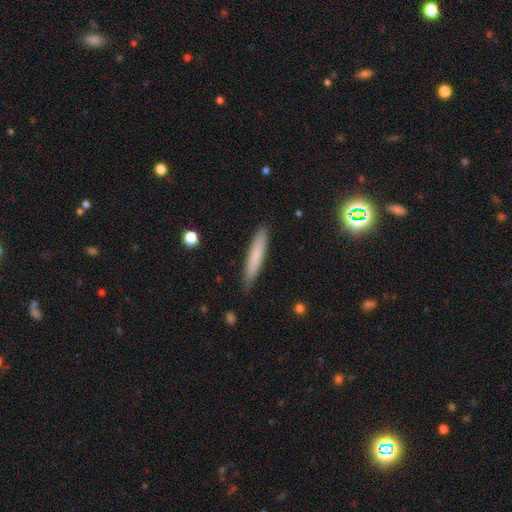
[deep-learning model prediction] Smooth or featured? smooth (75%)
How rounded? cigar-shaped (93%)
Merging? none (87%)